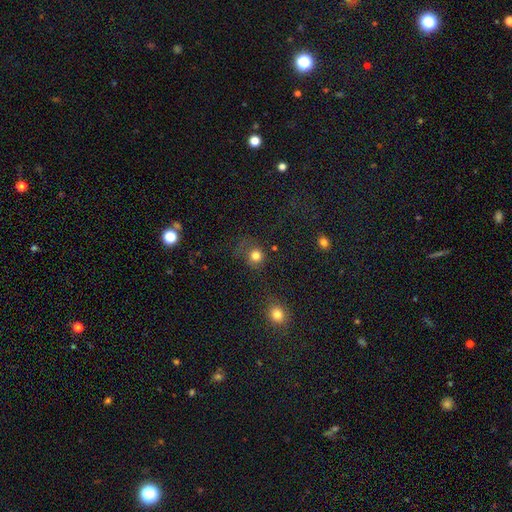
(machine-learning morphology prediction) This appears to be a smooth galaxy with no disk features (78%) that is round (87%). Merging: none (64%).